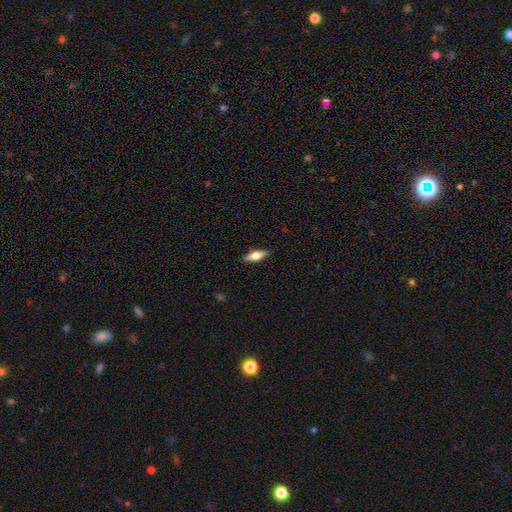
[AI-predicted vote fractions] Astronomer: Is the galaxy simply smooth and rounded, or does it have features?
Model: smooth — 57% (runner-up: featured or disk, 37%).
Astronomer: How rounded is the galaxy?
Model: in between — 60% (runner-up: cigar-shaped, 38%).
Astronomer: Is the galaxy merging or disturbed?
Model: none — 89%.